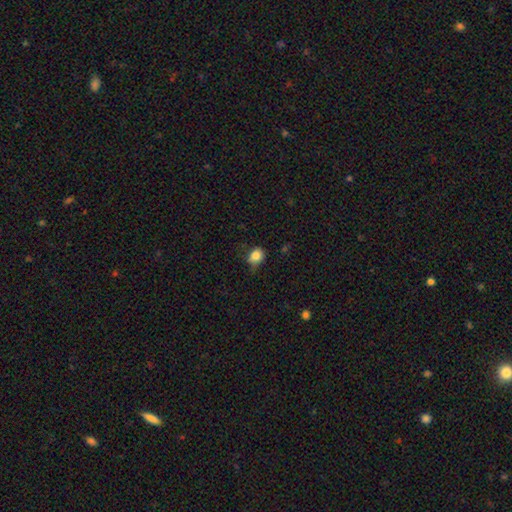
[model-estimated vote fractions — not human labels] Morphology: type=smooth (84%); roundness=round (51%); merging=none (57%).